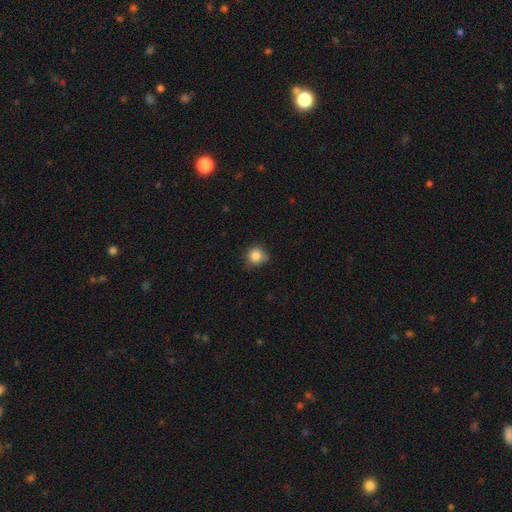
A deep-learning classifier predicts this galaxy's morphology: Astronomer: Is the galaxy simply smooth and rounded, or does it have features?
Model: smooth — 85%.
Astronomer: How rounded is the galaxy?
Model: round — 90%.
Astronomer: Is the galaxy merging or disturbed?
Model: none — 71%.